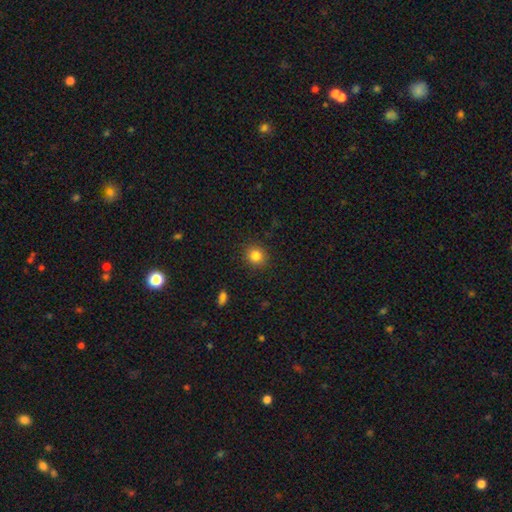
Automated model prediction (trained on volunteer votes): This is clearly a smooth galaxy (84%). How rounded: clearly round (85%). Merging: clearly none (90%).